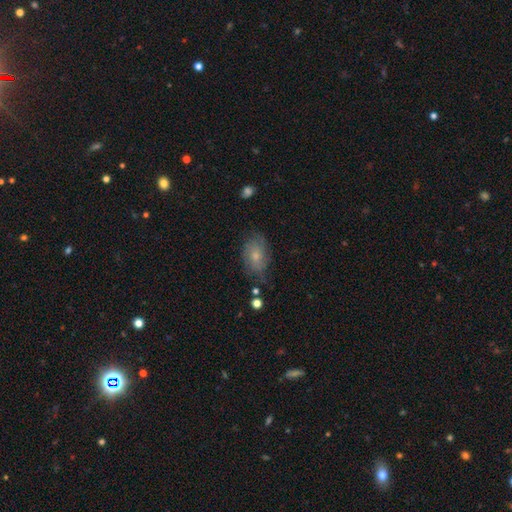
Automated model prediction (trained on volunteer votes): smooth-or-featured: smooth: 46% | featured or disk: 45% | star or artifact: 10%
  merging: none: 61% | minor disturbance: 25% | major disturbance: 11% | merger: 2%